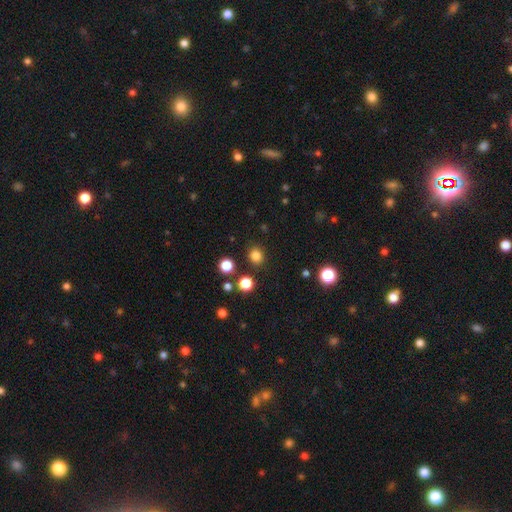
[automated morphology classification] Smooth or featured: smooth — 82% (star or artifact — 14%)
How rounded: round — 79% (in between — 20%)
Merging: none — 87% (minor disturbance — 7%)